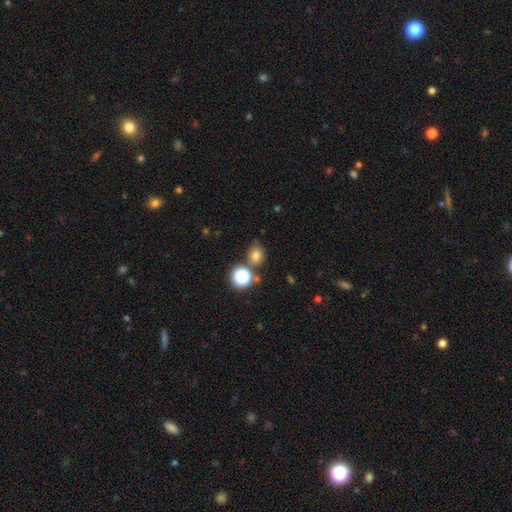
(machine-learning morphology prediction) A smooth galaxy with no disk features (72%) that is round (67%).

Vote fractions:
- Smooth or featured? smooth: 72% / star or artifact: 20% / featured or disk: 8%
- How rounded? round: 67% / in between: 32% / cigar-shaped: 1%
- Merging? none: 70% / merger: 13% / minor disturbance: 13% / major disturbance: 4%